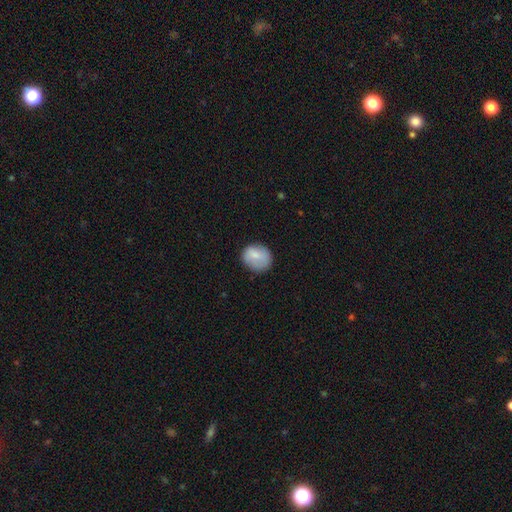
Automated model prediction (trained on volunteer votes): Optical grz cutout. It shows a smooth galaxy with no disk features (79%) that is round (75%). Merging: none (76%).